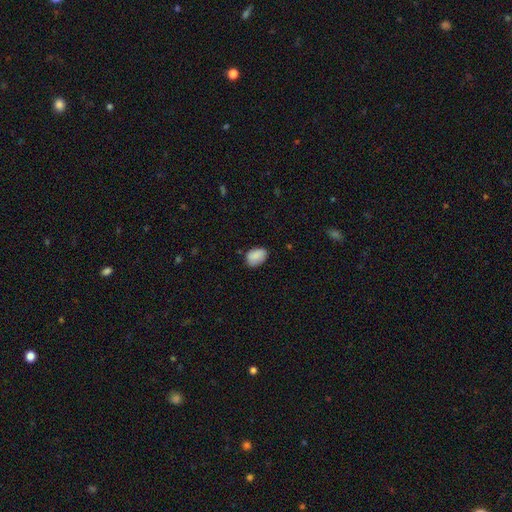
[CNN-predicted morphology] Smooth or featured? smooth (87%)
How rounded? in between (81%)
Merging? none (76%)